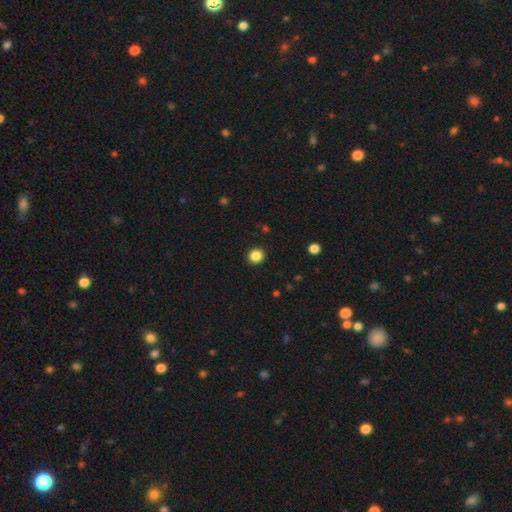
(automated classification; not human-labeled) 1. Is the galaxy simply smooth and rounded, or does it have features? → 86% smooth, 11% star or artifact, 3% featured or disk.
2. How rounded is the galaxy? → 89% round, 10% in between, 1% cigar-shaped.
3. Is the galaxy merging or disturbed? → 92% none, 5% minor disturbance, 2% major disturbance, 1% merger.